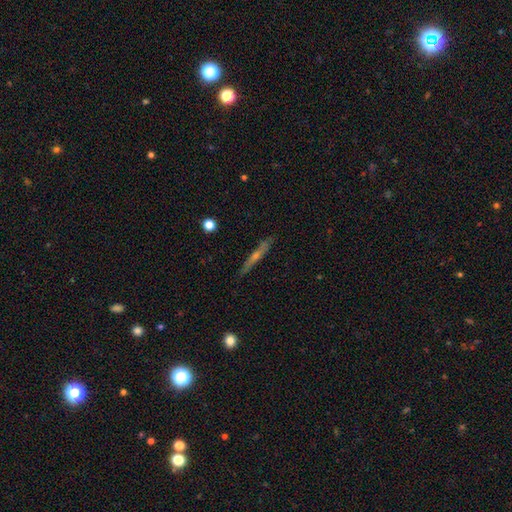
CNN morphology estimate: Smooth or featured? featured or disk (65%)
Edge-on disk? yes (95%)
Edge-on bulge? rounded (71%)
Merging? none (86%)